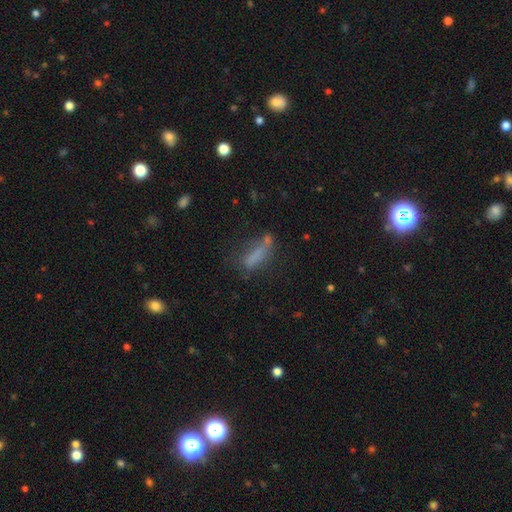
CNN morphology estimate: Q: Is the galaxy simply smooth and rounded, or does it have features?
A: smooth — 66%.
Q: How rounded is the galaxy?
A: cigar-shaped — 57%.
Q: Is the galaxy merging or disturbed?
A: none — 41%.